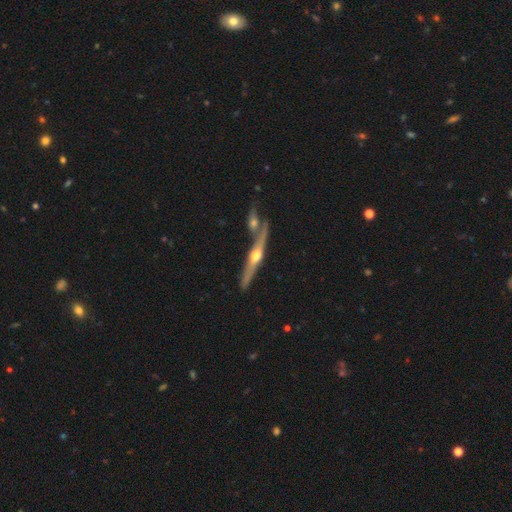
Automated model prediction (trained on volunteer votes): Smooth or featured: featured or disk — 76% (smooth — 18%)
Edge-on disk: yes — 96% (no — 4%)
Edge-on bulge: rounded — 93% (none — 4%)
Merging: none — 65% (merger — 22%)